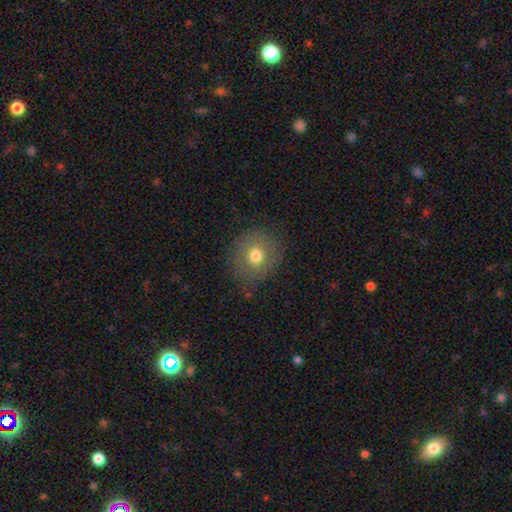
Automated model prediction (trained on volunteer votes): A smooth galaxy with no disk features (69%) that is round (80%).

Vote fractions:
- Smooth or featured? smooth: 69% / featured or disk: 20% / star or artifact: 11%
- How rounded? round: 80% / in between: 19% / cigar-shaped: 1%
- Merging? none: 82% / minor disturbance: 12% / major disturbance: 5% / merger: 1%